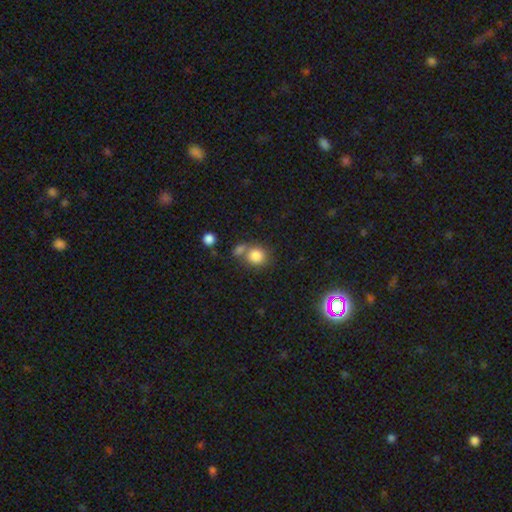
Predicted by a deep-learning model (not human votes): smooth_or_featured: smooth (p=0.83) [alt: star or artifact p=0.10]
how_rounded: round (p=0.80) [alt: in between p=0.19]
merging: none (p=0.52) [alt: merger p=0.32]